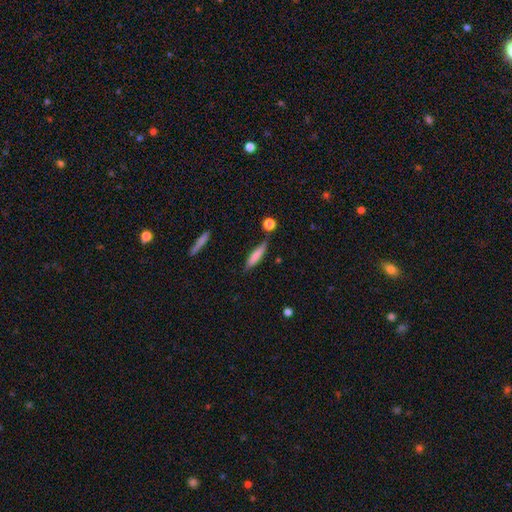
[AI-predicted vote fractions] Smooth or featured? smooth (76%)
How rounded? cigar-shaped (77%)
Merging? none (71%)